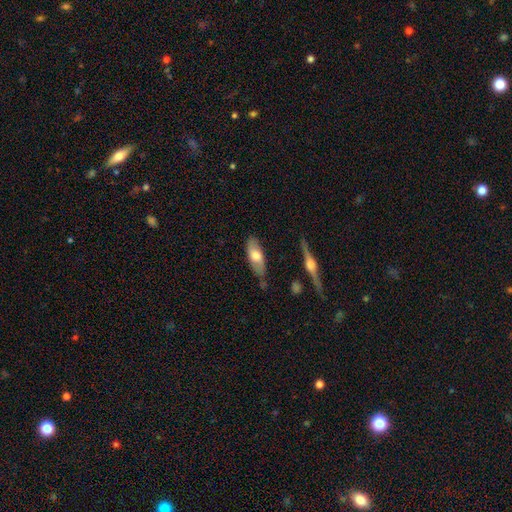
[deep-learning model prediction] Q: Smooth or featured?
A: smooth (58%); runner-up: featured or disk (37%)
Q: How rounded?
A: in between (73%); runner-up: cigar-shaped (24%)
Q: Merging?
A: none (75%); runner-up: minor disturbance (18%)